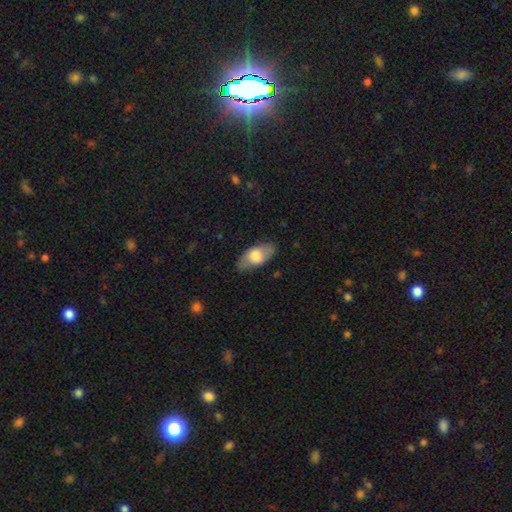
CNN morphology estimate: Overall: smooth (65%; featured or disk 28%). How rounded: in between (88%). Merging: none (77%).